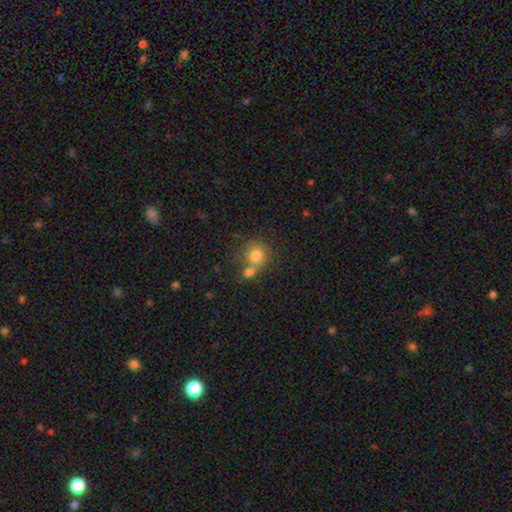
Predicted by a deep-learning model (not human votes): Morphology: type=smooth (80%); roundness=round (84%); merging=none (50%).